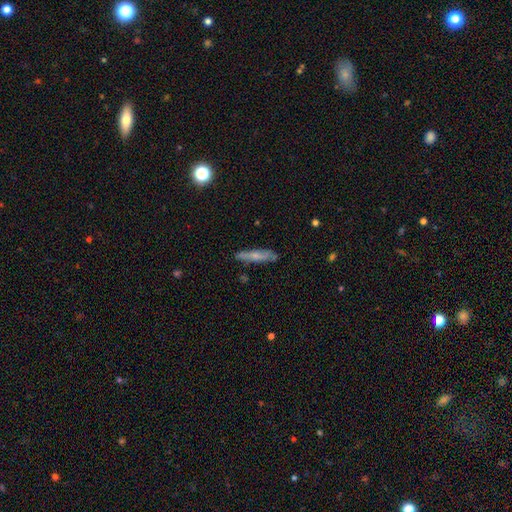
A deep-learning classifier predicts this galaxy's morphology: type=smooth (58%); roundness=cigar-shaped (84%); merging=none (78%).